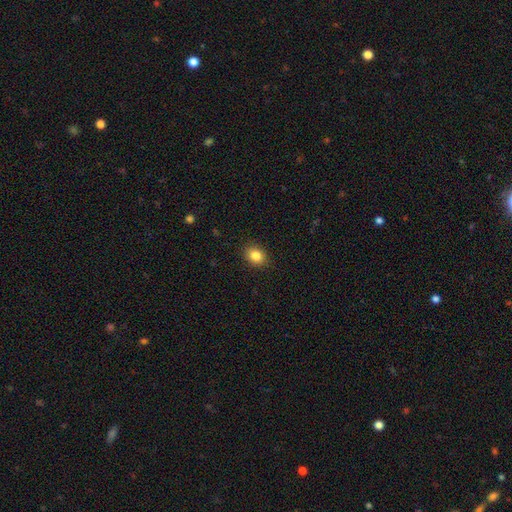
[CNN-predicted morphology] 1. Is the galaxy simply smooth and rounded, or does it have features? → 84% smooth, 10% star or artifact, 6% featured or disk.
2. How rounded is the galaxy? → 50% round, 49% in between, 1% cigar-shaped.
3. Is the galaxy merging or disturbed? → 88% none, 9% minor disturbance, 2% major disturbance, 1% merger.